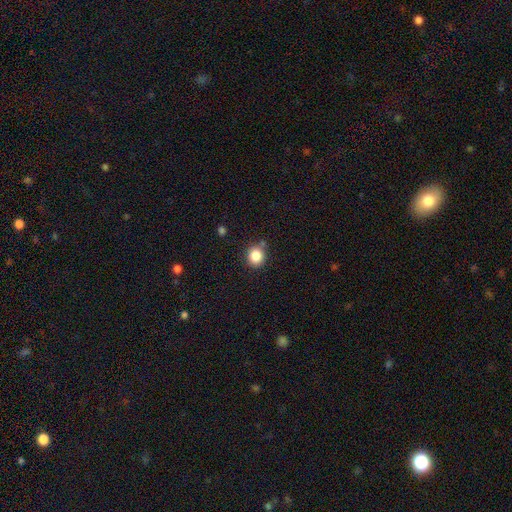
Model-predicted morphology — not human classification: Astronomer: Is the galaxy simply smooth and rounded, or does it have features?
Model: smooth — 85%.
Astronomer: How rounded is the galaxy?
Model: round — 81%.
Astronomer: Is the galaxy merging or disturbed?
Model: none — 78%.